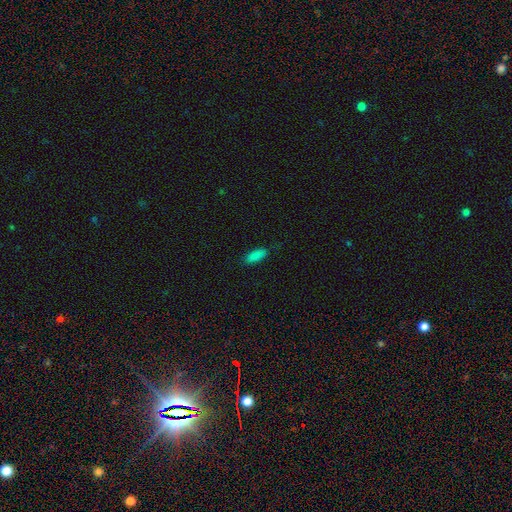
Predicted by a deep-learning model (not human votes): Overall: smooth (87%). How rounded: in between (70%). Merging: none (84%).